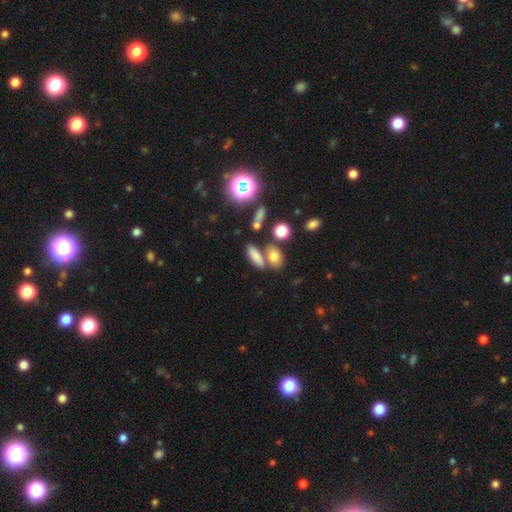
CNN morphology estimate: Smooth or featured?
  - smooth: 76% *
  - star or artifact: 13%
  - featured or disk: 11%
How rounded?
  - in between: 56% *
  - cigar-shaped: 35%
  - round: 9%
Merging?
  - none: 59% *
  - merger: 25%
  - minor disturbance: 11%
  - major disturbance: 5%